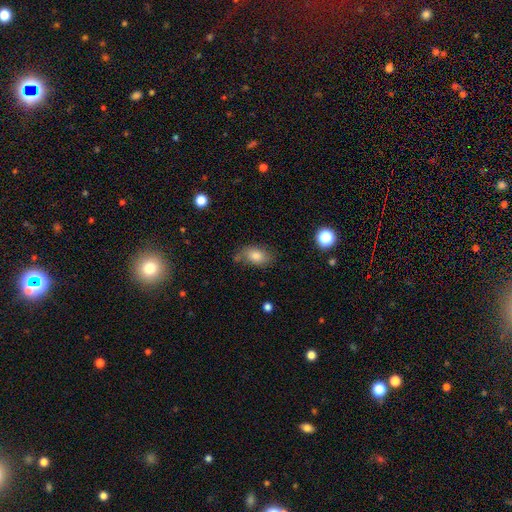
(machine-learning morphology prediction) This appears to be a smooth galaxy with no disk features (79%) that is in between round and cigar-shaped (88%). Merging: none (68%).